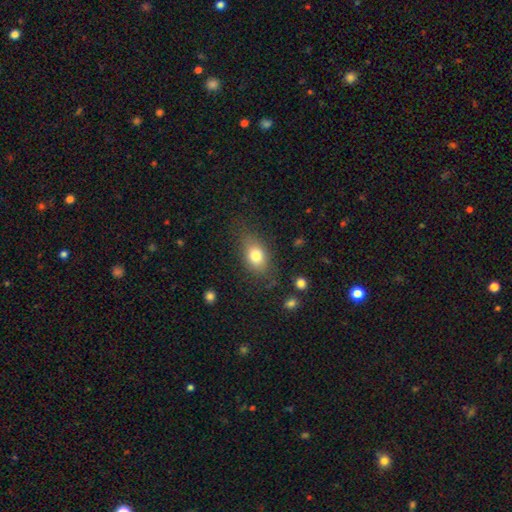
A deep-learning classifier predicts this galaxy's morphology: smooth-or-featured: smooth: 78% | featured or disk: 13% | star or artifact: 9%
  how-rounded: in between: 77% | round: 19% | cigar-shaped: 4%
  merging: none: 73% | minor disturbance: 18% | major disturbance: 7% | merger: 2%